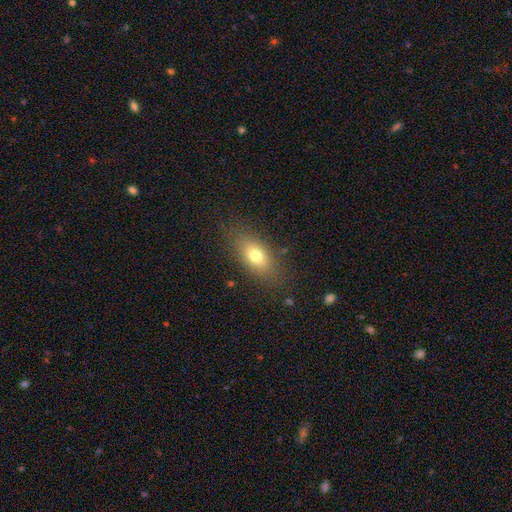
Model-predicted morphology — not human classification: Smooth or featured? Predicted: smooth (p=0.75). How rounded? Predicted: in between (p=0.83). Merging? Predicted: none (p=0.82).